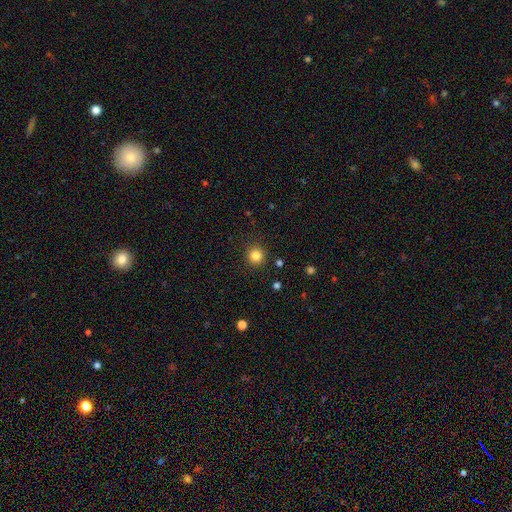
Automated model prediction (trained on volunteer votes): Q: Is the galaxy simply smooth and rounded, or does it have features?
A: smooth — 83%.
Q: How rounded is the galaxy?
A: round — 94%.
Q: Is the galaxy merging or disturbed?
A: none — 91%.